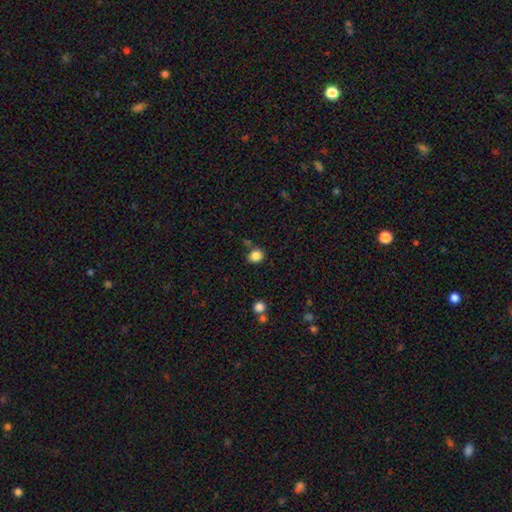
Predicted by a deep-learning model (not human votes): A smooth galaxy with no disk features (84%) that is round (72%). Merging: none (76%).